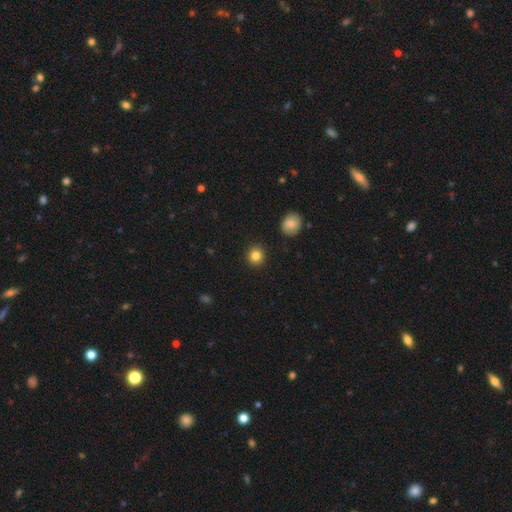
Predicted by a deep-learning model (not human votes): smooth-or-featured: smooth: 84% | star or artifact: 11% | featured or disk: 5%
  how-rounded: round: 91% | in between: 8% | cigar-shaped: 1%
  merging: none: 92% | minor disturbance: 5% | major disturbance: 2% | merger: 1%